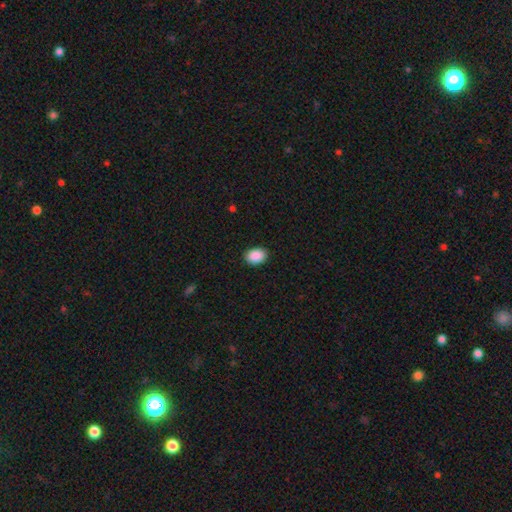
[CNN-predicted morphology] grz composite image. It shows a smooth galaxy with no disk features (90%) that is in between round and cigar-shaped (74%). Merging: none (90%).